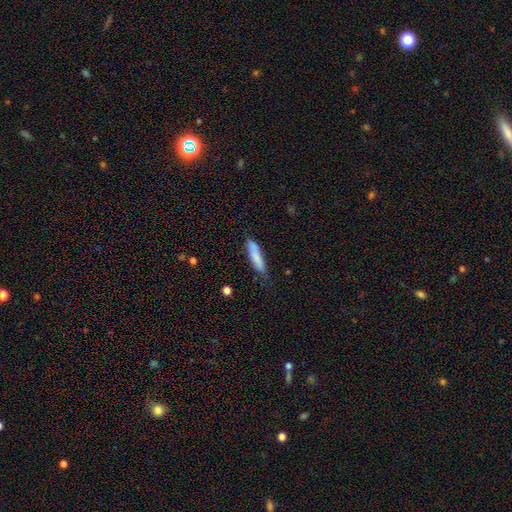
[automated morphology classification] Q: Smooth or featured?
A: smooth (82%); runner-up: featured or disk (12%)
Q: How rounded?
A: cigar-shaped (78%); runner-up: in between (21%)
Q: Merging?
A: none (69%); runner-up: minor disturbance (24%)